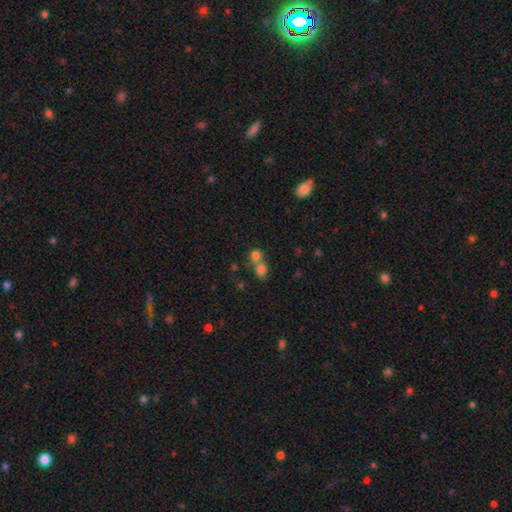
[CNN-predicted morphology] Smooth or featured: smooth — 75% (star or artifact — 15%)
How rounded: round — 77% (in between — 21%)
Merging: merger — 54% (none — 38%)